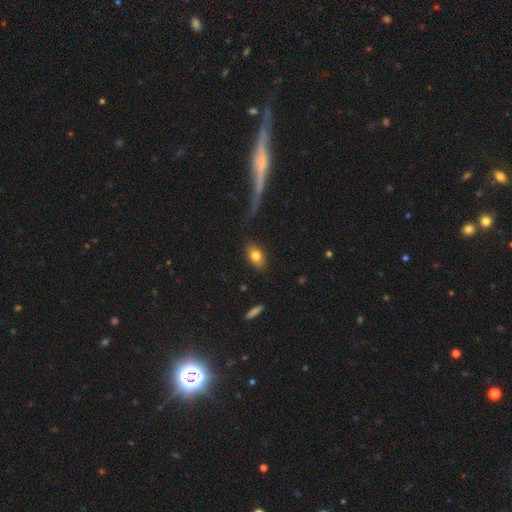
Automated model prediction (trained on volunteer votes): Q: Smooth or featured?
A: smooth (79%); runner-up: featured or disk (13%)
Q: How rounded?
A: in between (84%); runner-up: round (12%)
Q: Merging?
A: none (84%); runner-up: minor disturbance (11%)